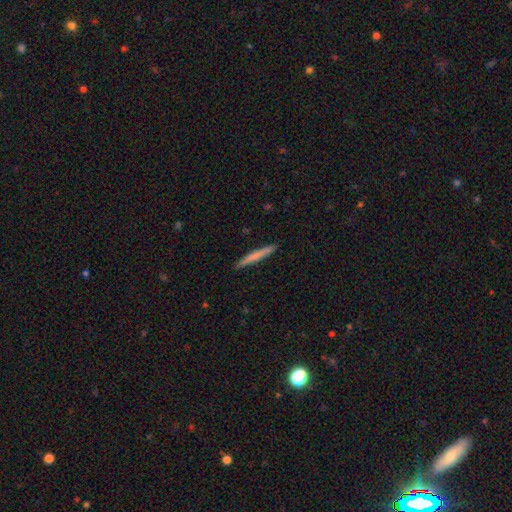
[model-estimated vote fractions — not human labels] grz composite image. It shows a smooth galaxy with no disk features (67%) that is cigar-shaped (96%). Merging: none (89%).